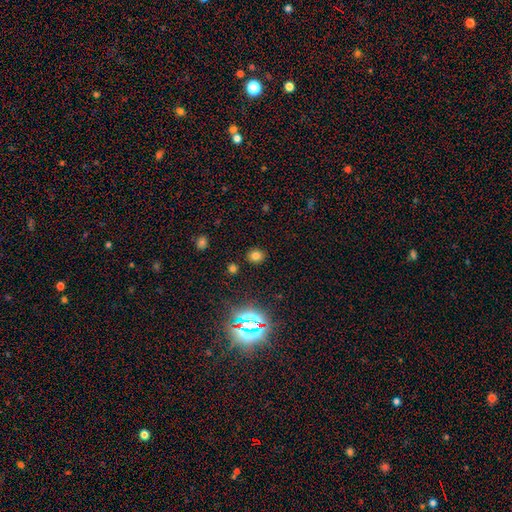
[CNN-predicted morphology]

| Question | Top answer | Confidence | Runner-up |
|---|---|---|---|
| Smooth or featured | smooth | 73% | star or artifact (20%) |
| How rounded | round | 73% | in between (26%) |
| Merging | none | 88% | minor disturbance (7%) |